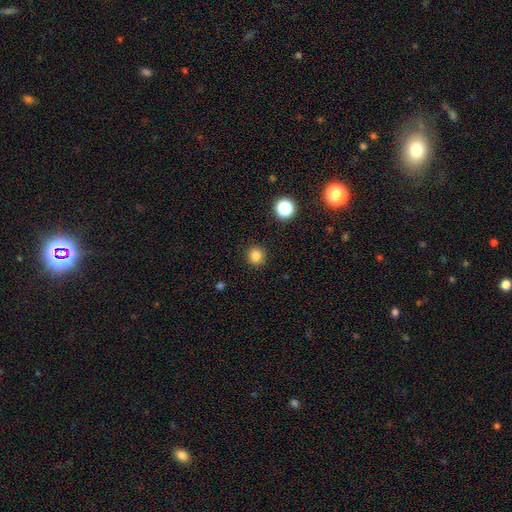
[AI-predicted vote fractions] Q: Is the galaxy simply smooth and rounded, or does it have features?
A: smooth — 83%.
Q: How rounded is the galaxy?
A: round — 93%.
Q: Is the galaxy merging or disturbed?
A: none — 92%.